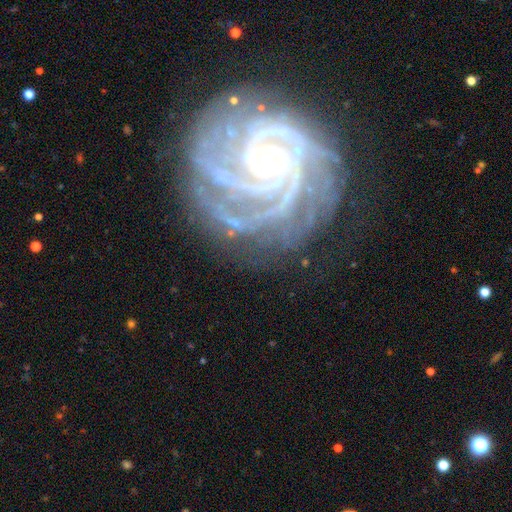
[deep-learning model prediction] This is clearly a featured or disk galaxy (92%). It is clearly not viewed edge-on (98%). Bar: likely no (70%). Spiral arm pattern: clearly yes (99%). Spiral arm count: marginally 3 (29%). Spiral winding: likely tight (79%). Central bulge: likely small (80%). Merging: likely none (74%).